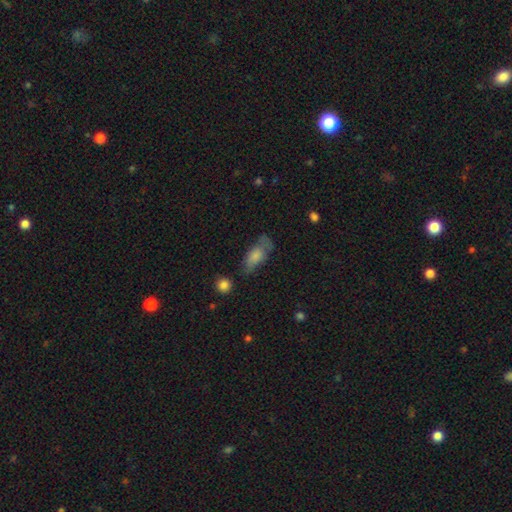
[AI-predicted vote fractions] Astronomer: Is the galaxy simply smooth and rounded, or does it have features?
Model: smooth — 72%.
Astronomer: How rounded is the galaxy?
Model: in between — 82%.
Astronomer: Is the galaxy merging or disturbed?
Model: none — 44% (runner-up: minor disturbance, 32%).